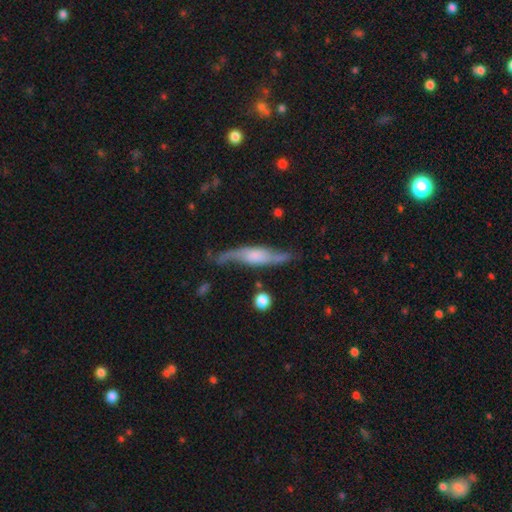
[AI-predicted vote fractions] Morphology: type=featured or disk (72%); edge-on=no (52%); merging=none (63%).